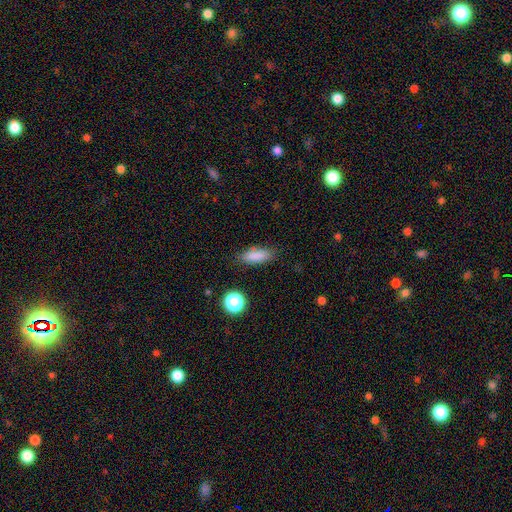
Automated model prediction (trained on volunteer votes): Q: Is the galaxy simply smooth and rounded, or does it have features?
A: smooth — 84%.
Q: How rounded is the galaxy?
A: in between — 68%.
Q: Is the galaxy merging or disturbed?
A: none — 81%.